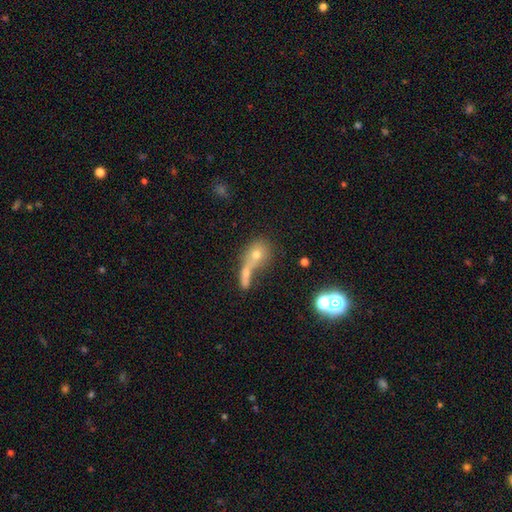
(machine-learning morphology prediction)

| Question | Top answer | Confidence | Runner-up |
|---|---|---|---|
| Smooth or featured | smooth | 57% | featured or disk (25%) |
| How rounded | round | 56% | in between (36%) |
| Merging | merger | 52% | none (27%) |